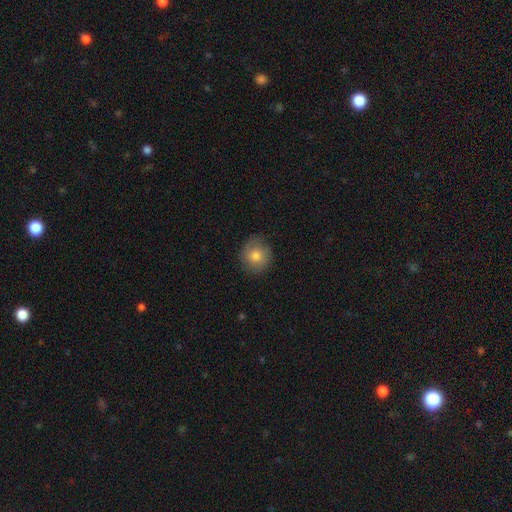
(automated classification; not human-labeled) Smooth or featured: smooth — 78% (featured or disk — 14%)
How rounded: round — 89% (in between — 10%)
Merging: none — 80% (minor disturbance — 15%)